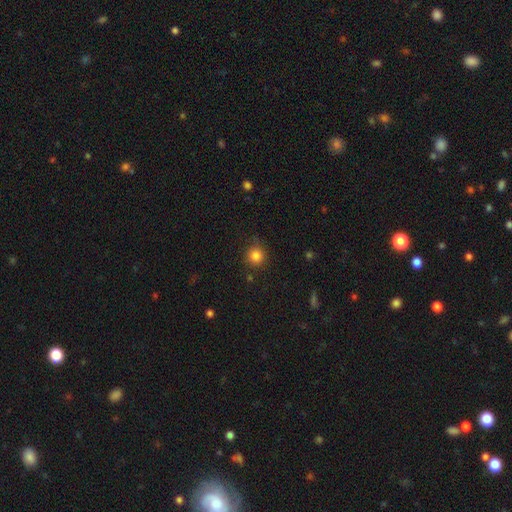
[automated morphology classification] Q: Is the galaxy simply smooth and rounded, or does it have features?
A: smooth — 83%.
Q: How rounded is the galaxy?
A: round — 93%.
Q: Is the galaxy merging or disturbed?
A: none — 83%.